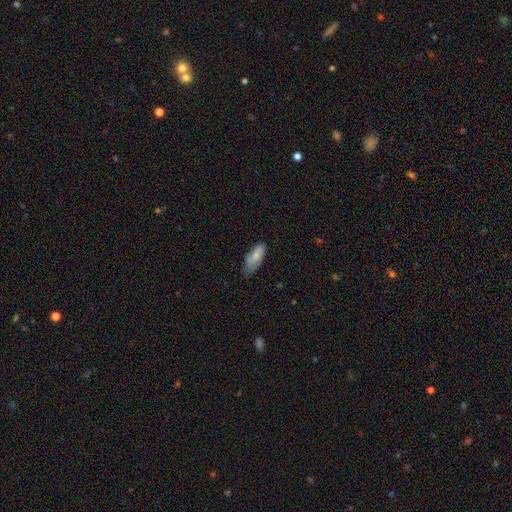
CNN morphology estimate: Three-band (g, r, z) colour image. It shows a smooth galaxy with no disk features (75%) that is in between round and cigar-shaped (81%). Merging: none (50%).